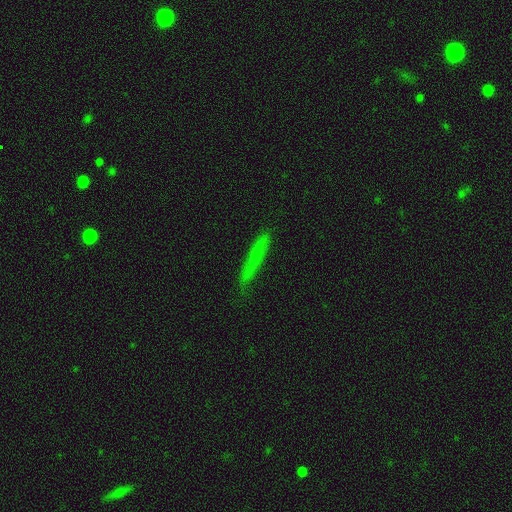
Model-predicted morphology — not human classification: smooth_or_featured: smooth (p=0.55) [alt: featured or disk p=0.34]
how_rounded: cigar-shaped (p=0.93) [alt: in between p=0.06]
merging: none (p=0.82) [alt: minor disturbance p=0.14]